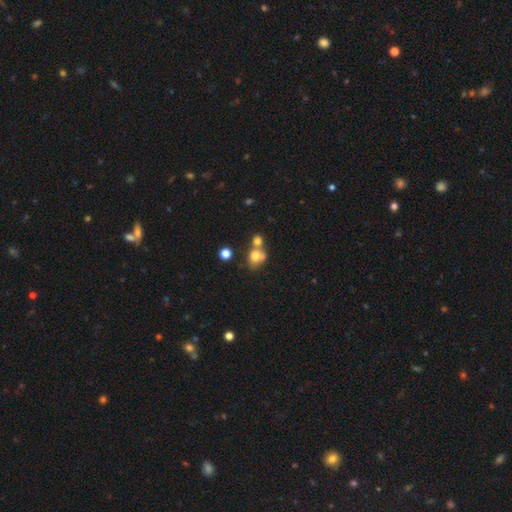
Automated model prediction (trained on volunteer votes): A smooth galaxy with no disk features (72%) that is round (68%).

Vote fractions:
- Smooth or featured? smooth: 72% / featured or disk: 16% / star or artifact: 13%
- How rounded? round: 68% / in between: 31% / cigar-shaped: 1%
- Merging? merger: 49% / none: 35% / minor disturbance: 10% / major disturbance: 6%